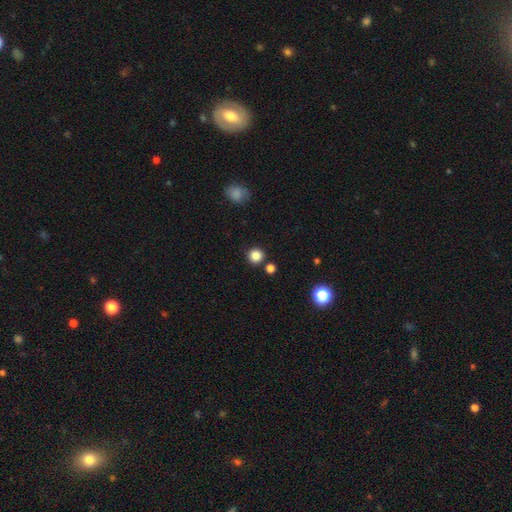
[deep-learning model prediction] smooth-or-featured: smooth: 85% | star or artifact: 12% | featured or disk: 3%
  how-rounded: round: 94% | in between: 5% | cigar-shaped: 1%
  merging: none: 85% | minor disturbance: 6% | merger: 6% | major disturbance: 2%